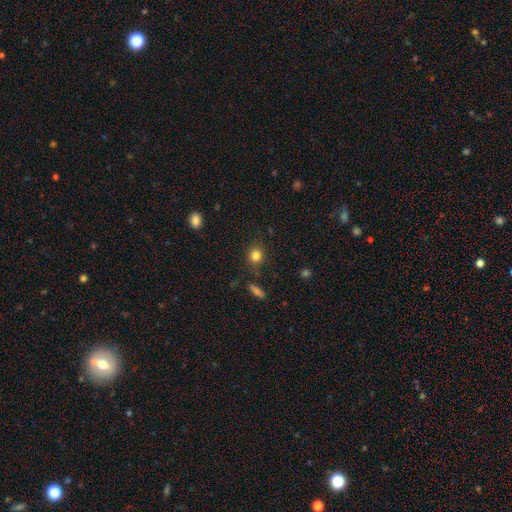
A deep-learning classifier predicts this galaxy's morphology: Smooth or featured? Predicted: smooth (p=0.82). How rounded? Predicted: round (p=0.78). Merging? Predicted: none (p=0.83).